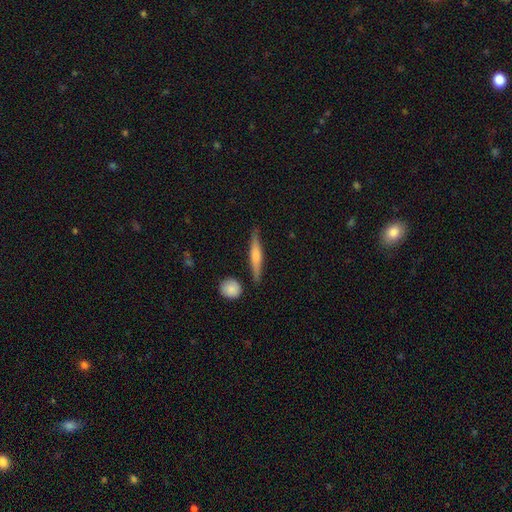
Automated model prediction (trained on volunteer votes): Smooth or featured? Predicted: featured or disk (p=0.50). Edge-on disk? Predicted: yes (p=0.95). Merging? Predicted: none (p=0.82).